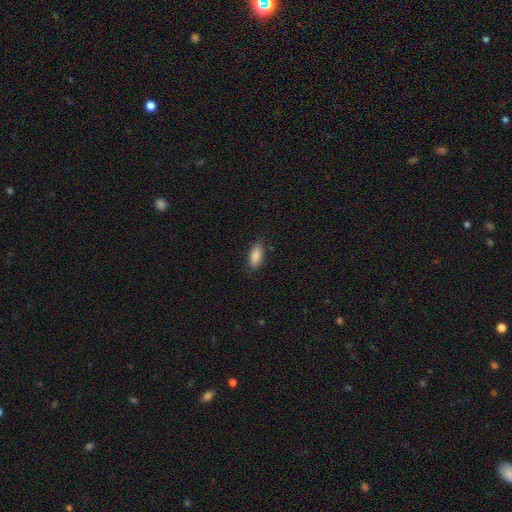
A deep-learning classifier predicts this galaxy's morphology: Overall: smooth (87%). How rounded: in between (82%). Merging: none (84%).